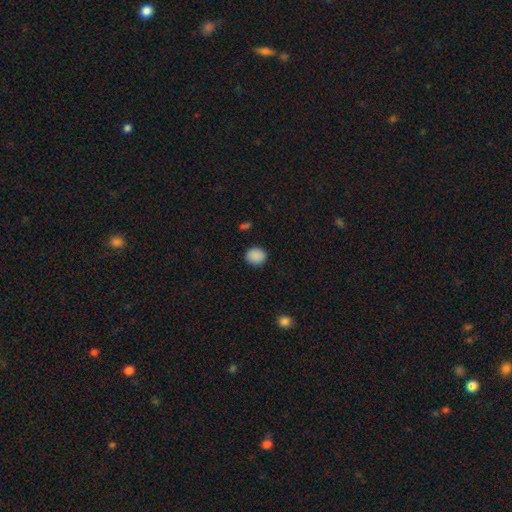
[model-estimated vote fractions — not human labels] This appears to be a smooth galaxy with no disk features (89%) that is round (75%). Merging: none (89%).